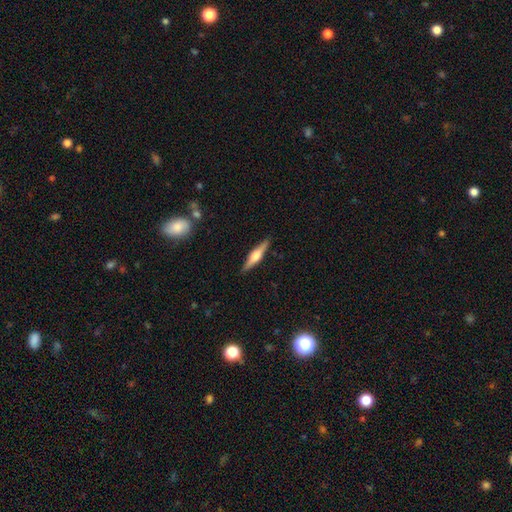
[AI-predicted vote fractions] Morphology: type=featured or disk (60%); edge-on=yes (97%); edge-on bulge=rounded (86%); merging=none (89%).